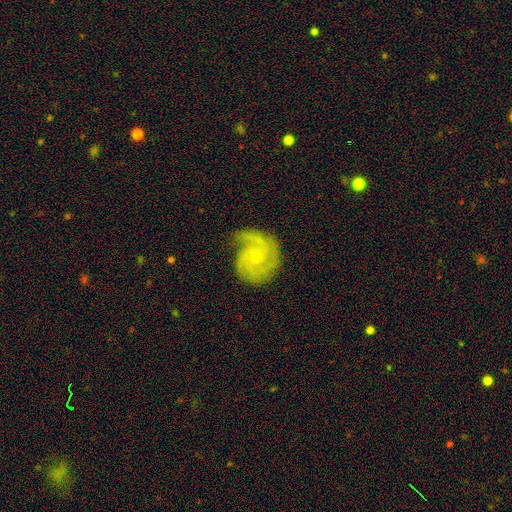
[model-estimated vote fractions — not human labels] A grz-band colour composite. It shows a featured or disk galaxy (85%) with no bar (63%), 2 (47%) tight (53%) spiral arms (97%) and a small central bulge (70%). Merging: none (68%).